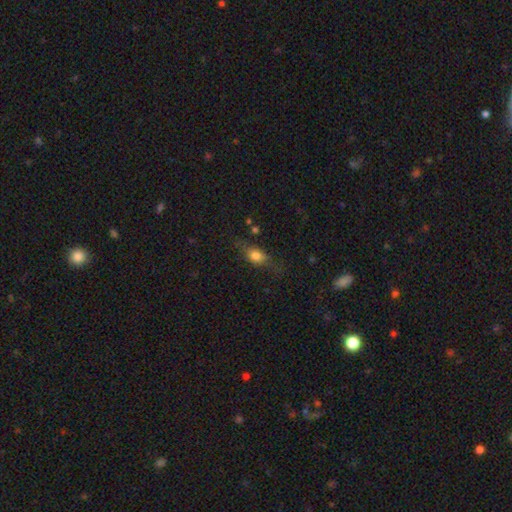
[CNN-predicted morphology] Overall: smooth (70%). How rounded: in between (67%). Merging: none (62%; minor disturbance 24%).